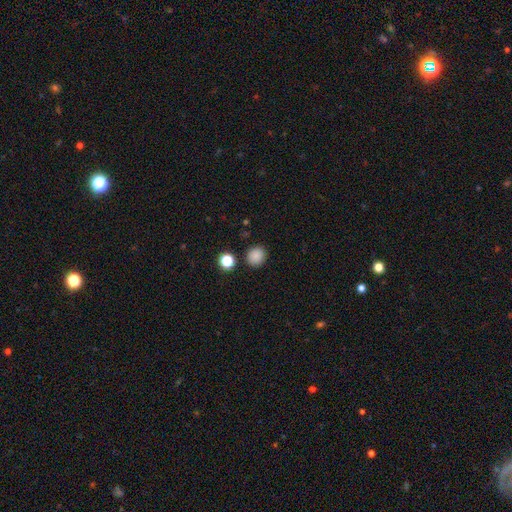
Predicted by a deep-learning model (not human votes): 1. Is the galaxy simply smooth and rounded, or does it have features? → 85% smooth, 11% star or artifact, 4% featured or disk.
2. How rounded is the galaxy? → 79% round, 20% in between, 1% cigar-shaped.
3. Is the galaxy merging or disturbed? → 86% none, 8% minor disturbance, 3% merger, 2% major disturbance.